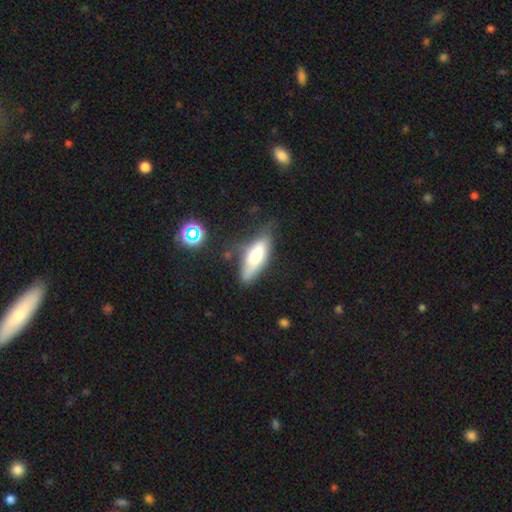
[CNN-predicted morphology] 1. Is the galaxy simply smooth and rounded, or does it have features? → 67% smooth, 25% featured or disk, 8% star or artifact.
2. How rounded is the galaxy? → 63% in between, 34% cigar-shaped, 2% round.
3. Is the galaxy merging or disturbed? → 56% none, 30% minor disturbance, 10% major disturbance, 4% merger.